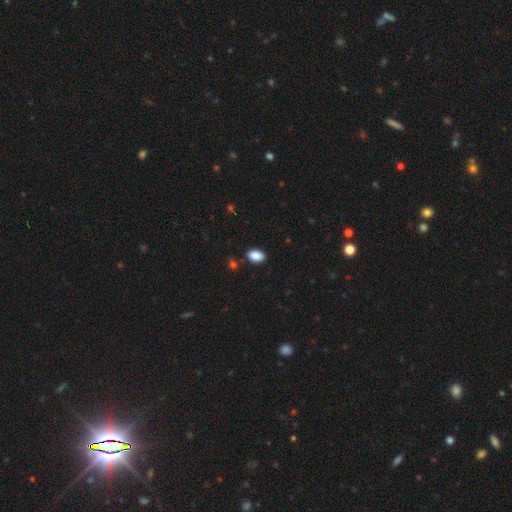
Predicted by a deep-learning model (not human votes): A smooth galaxy with no disk features (89%) that is in between round and cigar-shaped (89%).

Vote fractions:
- Smooth or featured? smooth: 89% / star or artifact: 8% / featured or disk: 3%
- How rounded? in between: 89% / round: 10% / cigar-shaped: 1%
- Merging? none: 85% / minor disturbance: 10% / merger: 2% / major disturbance: 2%